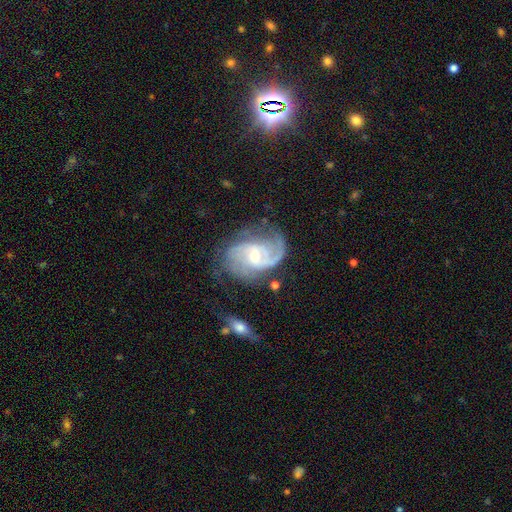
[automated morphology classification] A featured or disk galaxy (88%) with a weak bar (48%), 2 (54%) medium (48%) spiral arms (96%) and a moderate central bulge (51%). Merging: none (56%).